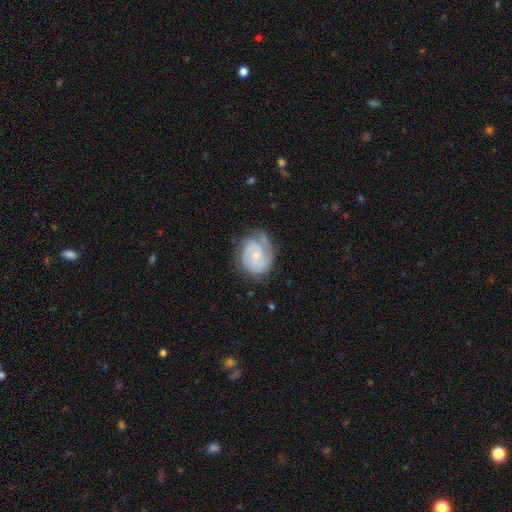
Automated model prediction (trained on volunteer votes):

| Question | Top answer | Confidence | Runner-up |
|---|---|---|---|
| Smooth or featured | featured or disk | 77% | smooth (17%) |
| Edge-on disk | no | 98% | yes (2%) |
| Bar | no | 71% | weak (25%) |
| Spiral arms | yes | 94% | no (6%) |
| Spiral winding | tight | 62% | medium (30%) |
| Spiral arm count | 2 | 45% | can't tell (21%) |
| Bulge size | small | 71% | moderate (23%) |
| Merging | none | 67% | minor disturbance (22%) |